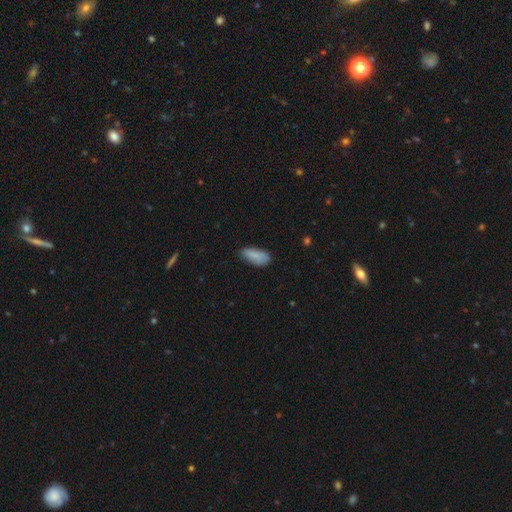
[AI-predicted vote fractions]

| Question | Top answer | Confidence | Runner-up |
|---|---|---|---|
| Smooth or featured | smooth | 84% | featured or disk (9%) |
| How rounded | in between | 83% | cigar-shaped (14%) |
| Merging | none | 68% | minor disturbance (26%) |